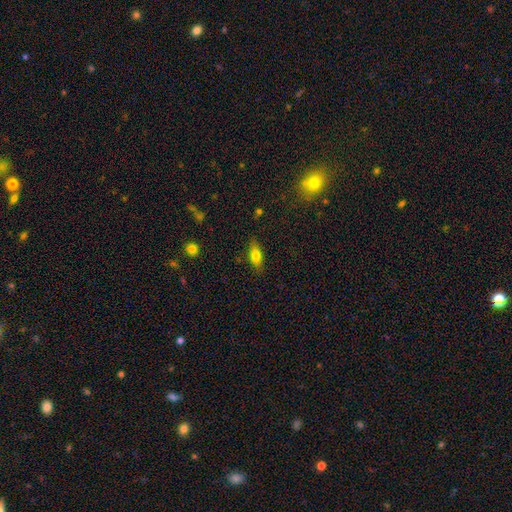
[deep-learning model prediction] smooth 74%, featured or disk 17%, star or artifact 9%. Down the decision tree: how rounded — in between (73%); merging — none (83%).